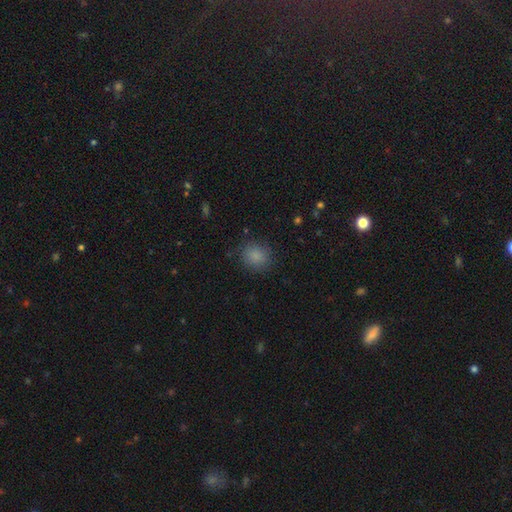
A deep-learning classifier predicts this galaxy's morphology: smooth 86%, star or artifact 10%, featured or disk 4%. Down the decision tree: how rounded — round (78%); merging — none (84%).